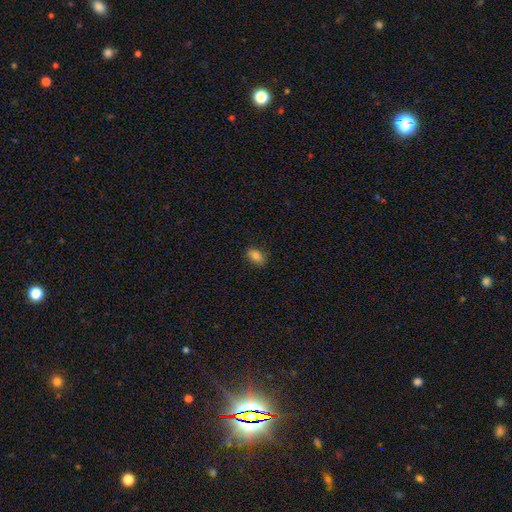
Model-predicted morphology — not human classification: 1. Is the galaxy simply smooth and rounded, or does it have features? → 81% smooth, 10% star or artifact, 9% featured or disk.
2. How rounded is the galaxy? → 87% in between, 9% round, 4% cigar-shaped.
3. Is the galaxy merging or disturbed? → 84% none, 13% minor disturbance, 2% major disturbance, 1% merger.